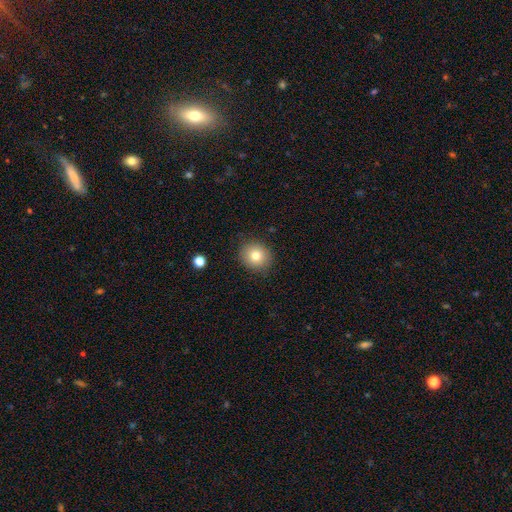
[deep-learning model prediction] Smooth or featured: smooth — 79% (star or artifact — 11%)
How rounded: round — 82% (in between — 17%)
Merging: none — 88% (minor disturbance — 9%)